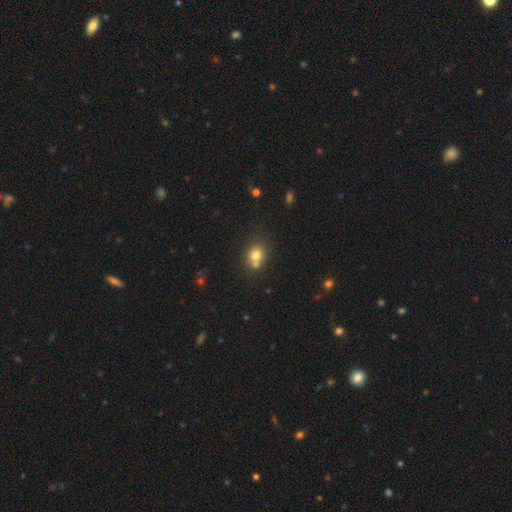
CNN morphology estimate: This is likely a smooth galaxy (75%). How rounded: likely round (69%). Merging: possibly none (54%).